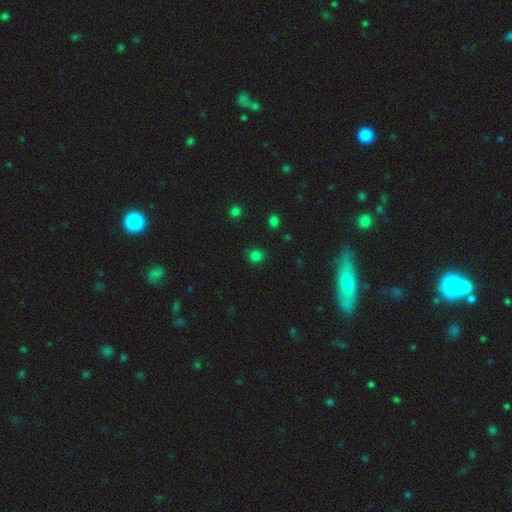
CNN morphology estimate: type=smooth (78%); roundness=round (86%); merging=none (80%).